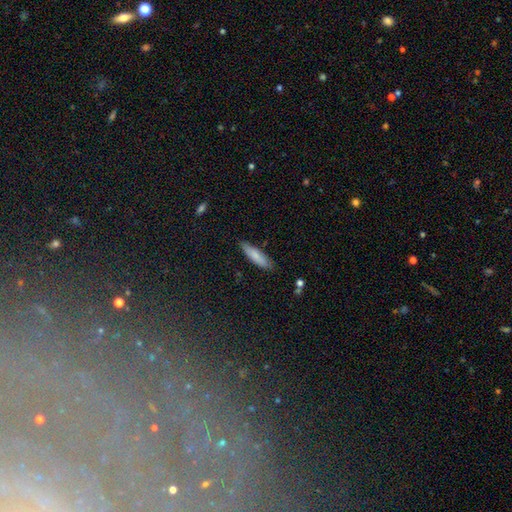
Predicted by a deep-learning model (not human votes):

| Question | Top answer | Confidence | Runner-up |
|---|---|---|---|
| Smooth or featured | smooth | 80% | featured or disk (14%) |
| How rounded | cigar-shaped | 69% | in between (29%) |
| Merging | none | 81% | minor disturbance (15%) |